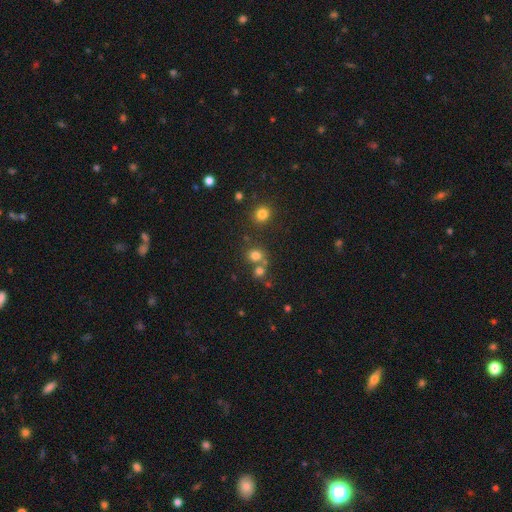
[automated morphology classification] A smooth galaxy with no disk features (74%) that is round (75%). Merging: none (56%).